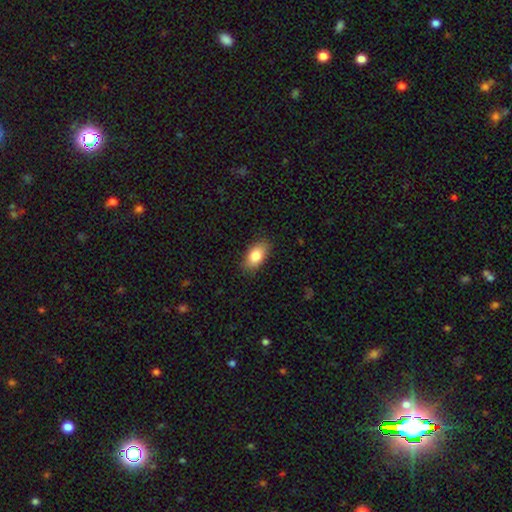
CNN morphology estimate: The model was most divided on "smooth or featured": smooth: 82%, featured or disk: 11%, star or artifact: 7%. More confident: how rounded — in between (91%); merging — none (86%).